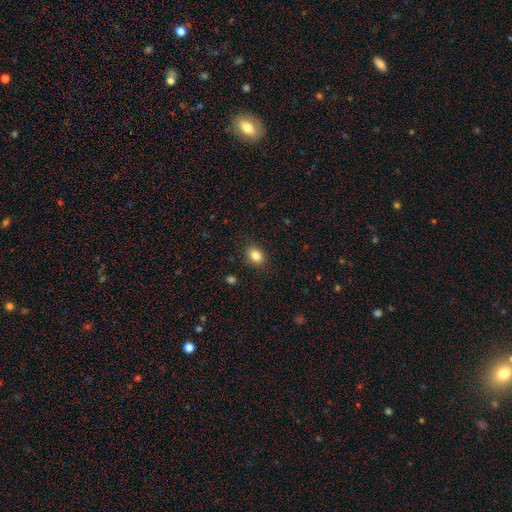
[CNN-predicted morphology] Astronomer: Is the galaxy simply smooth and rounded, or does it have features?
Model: smooth — 84%.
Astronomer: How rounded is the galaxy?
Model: in between — 67%.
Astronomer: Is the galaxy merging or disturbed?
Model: none — 88%.